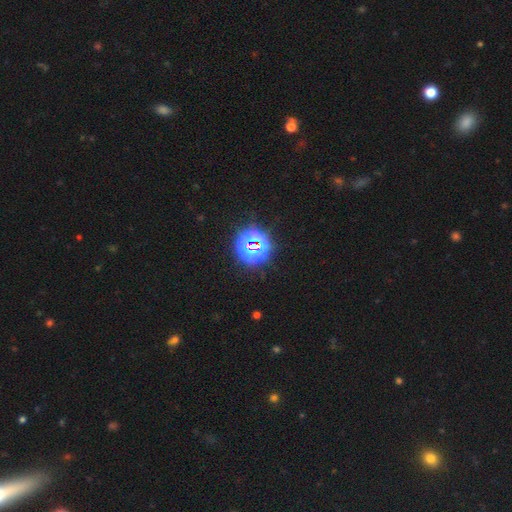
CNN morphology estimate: smooth-or-featured: star or artifact: 80% | smooth: 14% | featured or disk: 6%